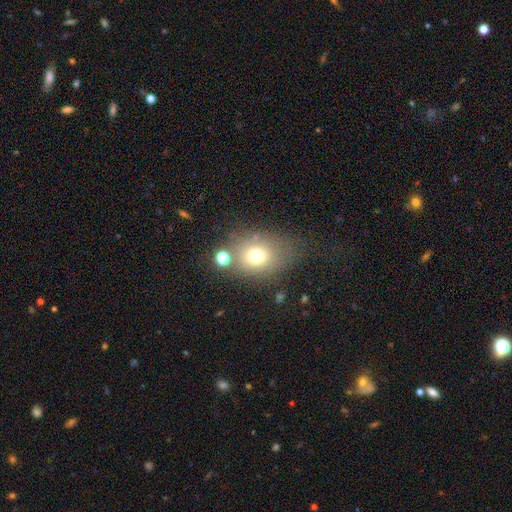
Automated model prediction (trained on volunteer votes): A smooth galaxy with no disk features (70%) that is in between round and cigar-shaped (56%).

Vote fractions:
- Smooth or featured? smooth: 70% / featured or disk: 16% / star or artifact: 15%
- How rounded? in between: 56% / round: 43% / cigar-shaped: 1%
- Merging? none: 63% / minor disturbance: 17% / merger: 11% / major disturbance: 9%